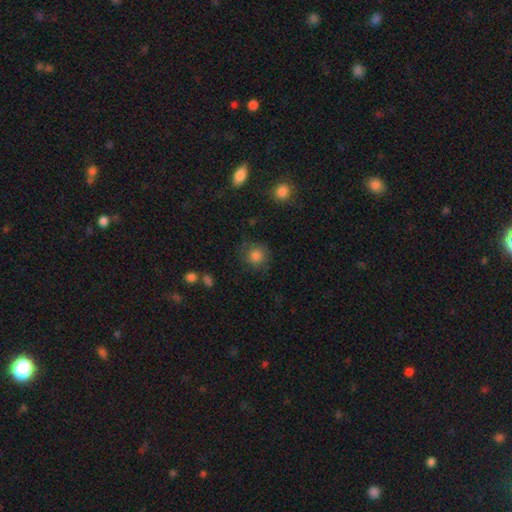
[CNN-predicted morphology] Smooth or featured?
  - smooth: 82% *
  - star or artifact: 11%
  - featured or disk: 8%
How rounded?
  - round: 89% *
  - in between: 10%
  - cigar-shaped: 1%
Merging?
  - none: 75% *
  - minor disturbance: 16%
  - major disturbance: 7%
  - merger: 2%